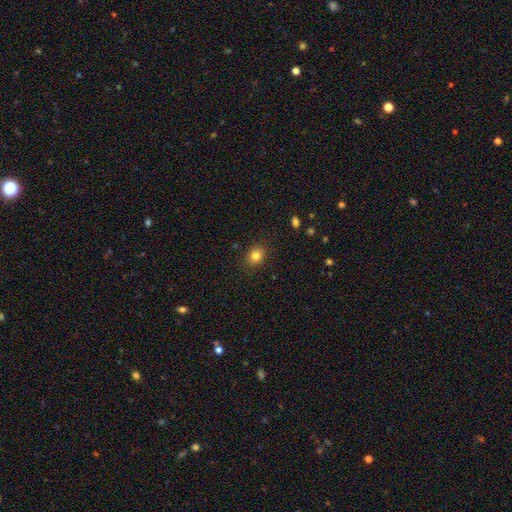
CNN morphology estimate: A smooth galaxy with no disk features (82%) that is round (56%). Merging: none (87%).